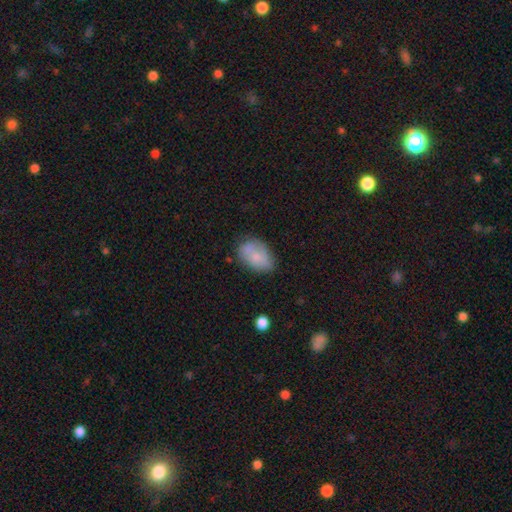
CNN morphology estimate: Overall: smooth (67%). How rounded: in between (85%). Merging: none (57%; minor disturbance 27%).